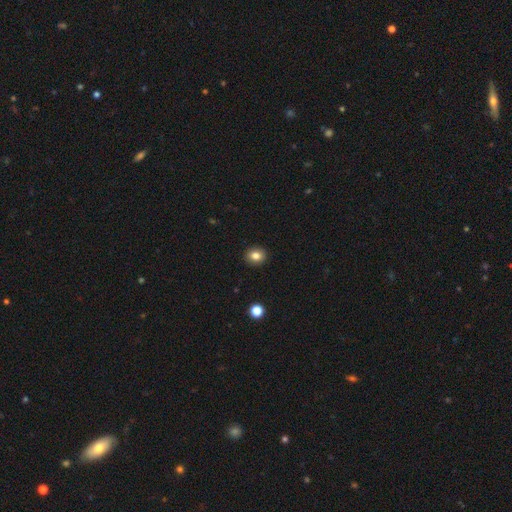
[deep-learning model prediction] Smooth or featured?
  - smooth: 83% *
  - star or artifact: 11%
  - featured or disk: 7%
How rounded?
  - round: 68% *
  - in between: 31%
  - cigar-shaped: 1%
Merging?
  - none: 92% *
  - minor disturbance: 6%
  - major disturbance: 2%
  - merger: 1%